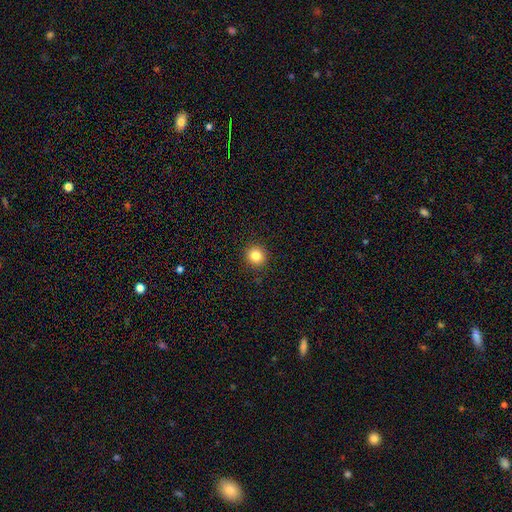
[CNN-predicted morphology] Smooth or featured? smooth (83%)
How rounded? round (93%)
Merging? none (92%)